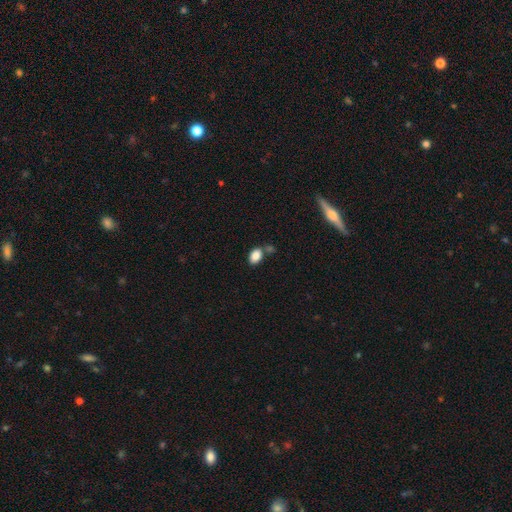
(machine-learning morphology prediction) Overall: smooth (86%). How rounded: in between (86%). Merging: none (62%).